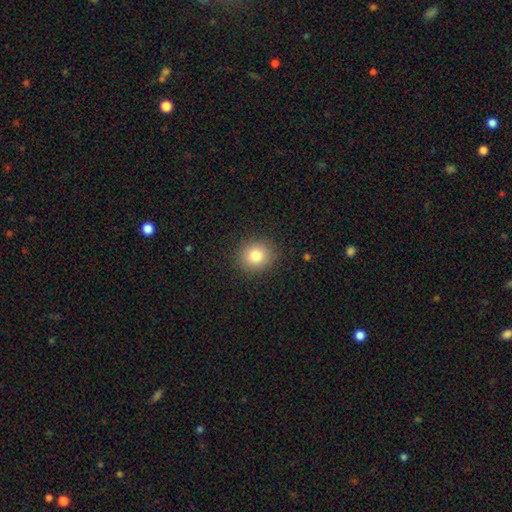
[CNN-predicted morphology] type=smooth (81%); roundness=round (81%); merging=none (89%).